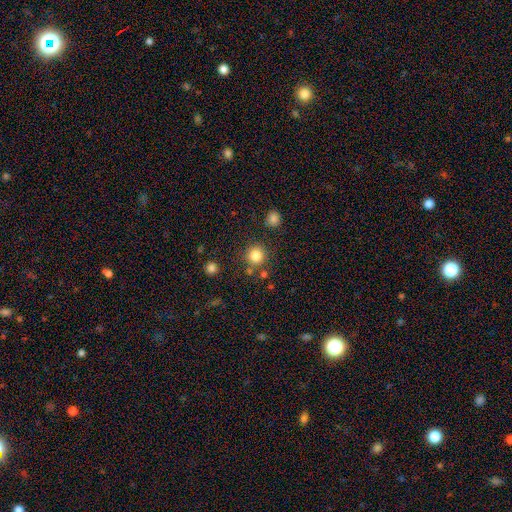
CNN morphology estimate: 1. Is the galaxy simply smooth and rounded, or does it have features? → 83% smooth, 12% star or artifact, 5% featured or disk.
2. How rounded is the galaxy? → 92% round, 7% in between, 1% cigar-shaped.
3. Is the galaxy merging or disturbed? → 82% none, 8% minor disturbance, 7% merger, 3% major disturbance.